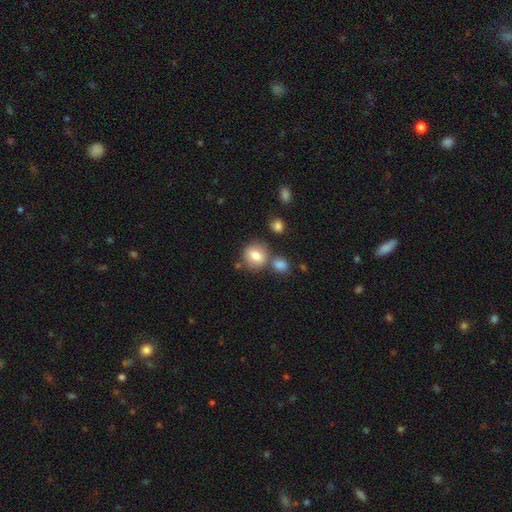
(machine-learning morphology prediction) A smooth galaxy with no disk features (77%) that is round (71%).

Vote fractions:
- Smooth or featured? smooth: 77% / featured or disk: 14% / star or artifact: 9%
- How rounded? round: 71% / in between: 27% / cigar-shaped: 1%
- Merging? none: 64% / merger: 21% / minor disturbance: 12% / major disturbance: 4%